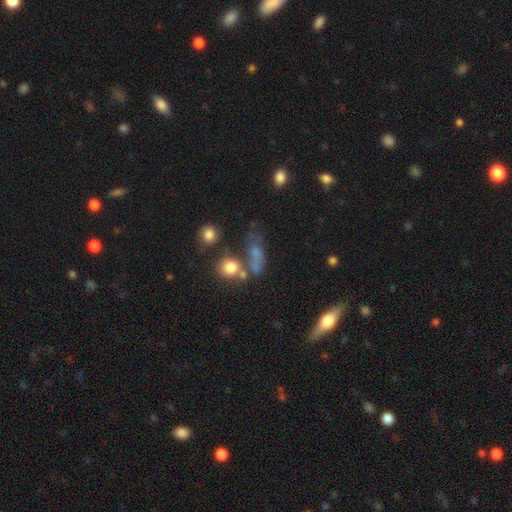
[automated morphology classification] smooth 59%, featured or disk 21%, star or artifact 19%. Down the decision tree: how rounded — in between (42%); merging — none (46%).